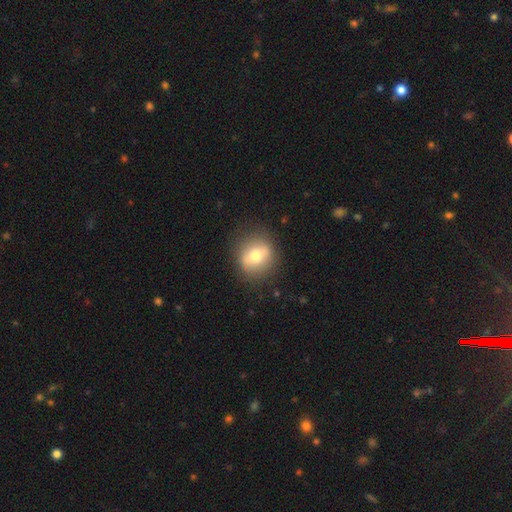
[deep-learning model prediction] Smooth or featured? Predicted: smooth (p=0.63). How rounded? Predicted: round (p=0.79). Merging? Predicted: none (p=0.82).